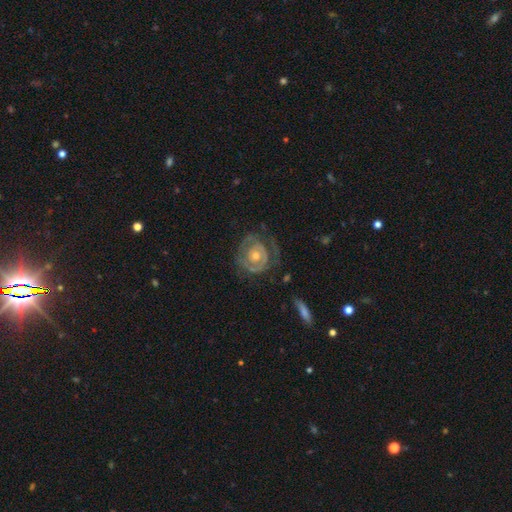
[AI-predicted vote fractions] The model was most divided on "spiral arm count": 2: 41%, can't tell: 30%, 1: 15%, 3: 8%, 4: 3%, more than 4: 3%. More confident: edge-on disk — no (97%); spiral arms — yes (80%); bar — no (80%); smooth or featured — featured or disk (79%); spiral winding — tight (70%); merging — none (66%); bulge size — moderate (56%).